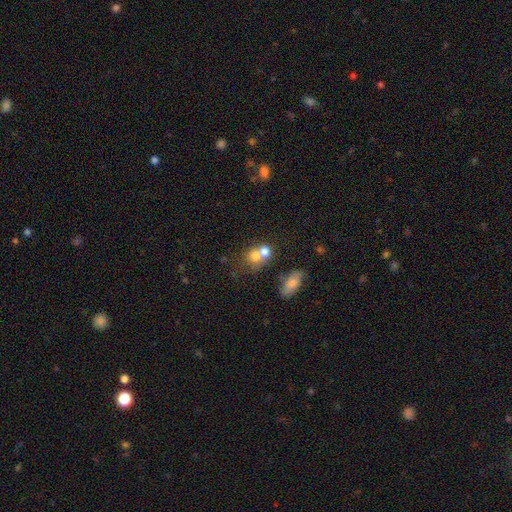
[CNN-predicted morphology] Overall: smooth (71%). How rounded: round (66%; in between 33%). Merging: merger (58%; none 29%).